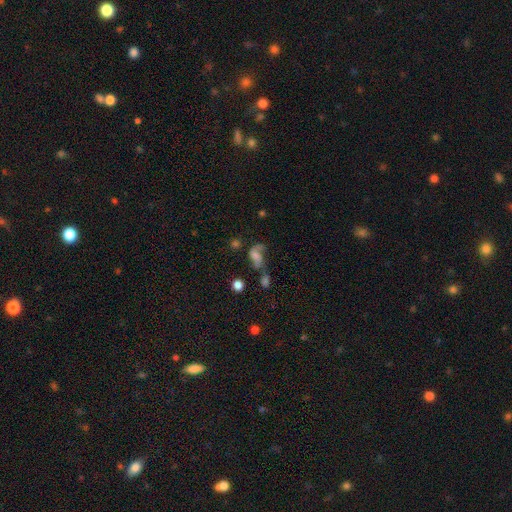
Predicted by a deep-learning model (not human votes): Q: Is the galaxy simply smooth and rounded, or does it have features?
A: featured or disk — 48%.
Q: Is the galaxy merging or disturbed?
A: none — 29%.